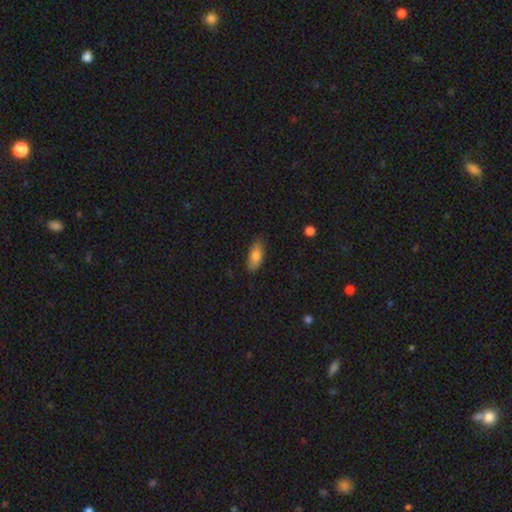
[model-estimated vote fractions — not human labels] Smooth or featured?
  - smooth: 81% *
  - featured or disk: 12%
  - star or artifact: 7%
How rounded?
  - in between: 87% *
  - cigar-shaped: 11%
  - round: 3%
Merging?
  - none: 78% *
  - minor disturbance: 17%
  - major disturbance: 3%
  - merger: 1%